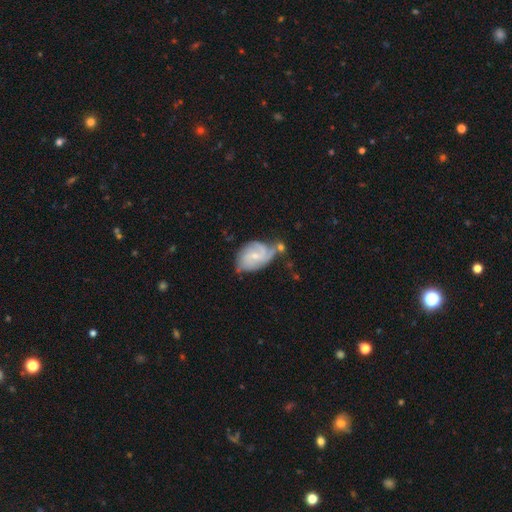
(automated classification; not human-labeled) featured or disk 74%, smooth 20%, star or artifact 6%. Down the decision tree: edge-on disk — no (97%); bar — no (56%); spiral arms — yes (91%); spiral arm count — 2 (32%); spiral winding — tight (43%); bulge size — small (64%); merging — none (38%).